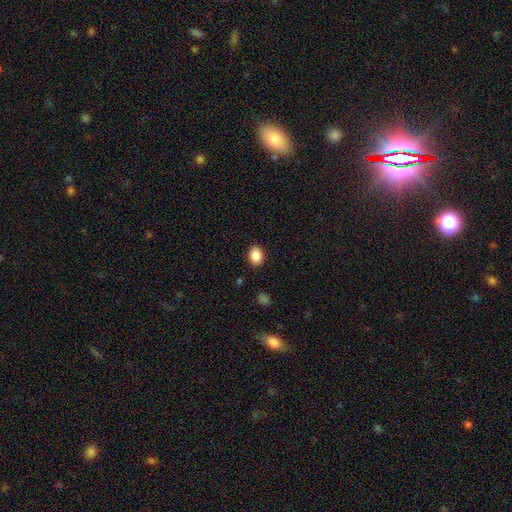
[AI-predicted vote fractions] Overall: smooth (88%). How rounded: in between (67%; round 32%). Merging: none (89%).